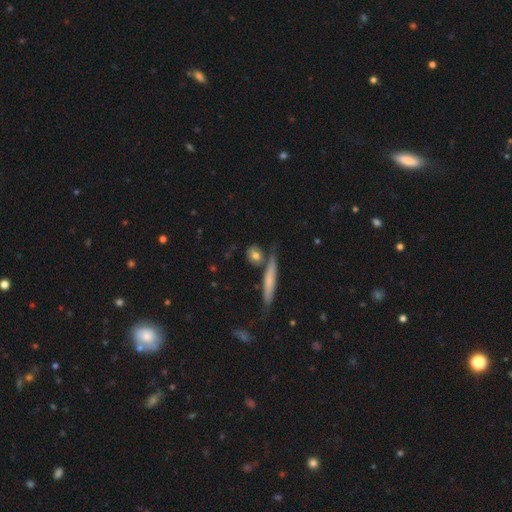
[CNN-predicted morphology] Smooth or featured? Predicted: smooth (p=0.71). How rounded? Predicted: round (p=0.47). Merging? Predicted: none (p=0.64).